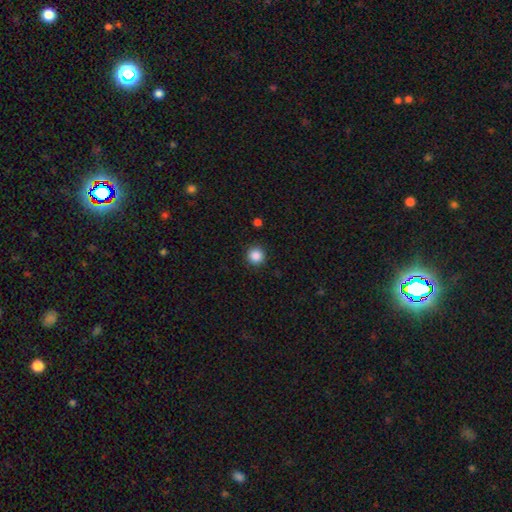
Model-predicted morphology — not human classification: This appears to be a smooth galaxy with no disk features (87%) that is round (95%). Merging: none (91%).